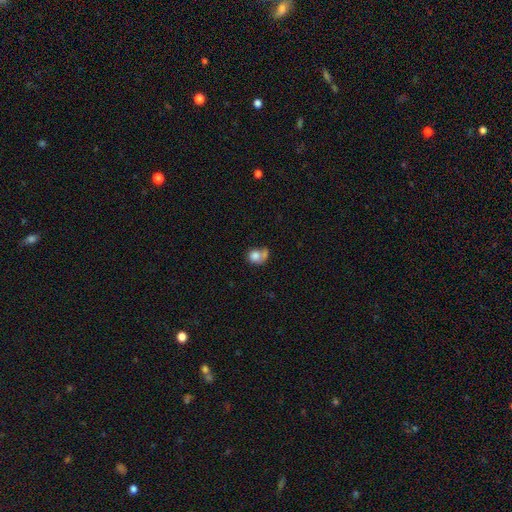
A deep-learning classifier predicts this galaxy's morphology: Smooth or featured?
  - smooth: 72% *
  - featured or disk: 18%
  - star or artifact: 10%
How rounded?
  - round: 59% *
  - in between: 40%
  - cigar-shaped: 1%
Merging?
  - none: 30% *
  - merger: 27%
  - major disturbance: 24%
  - minor disturbance: 18%